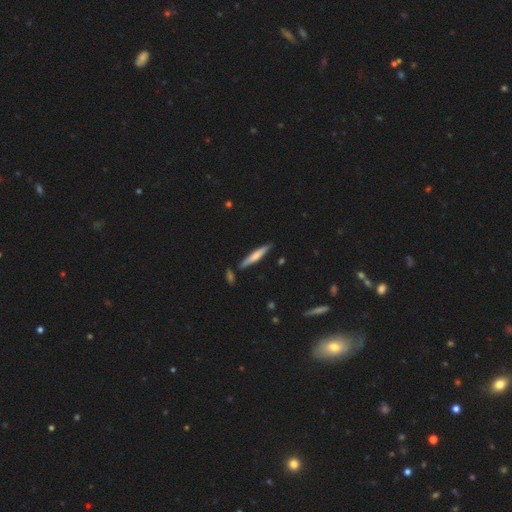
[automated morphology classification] This is possibly a smooth galaxy (54%). How rounded: clearly cigar-shaped (92%). Merging: clearly none (84%).